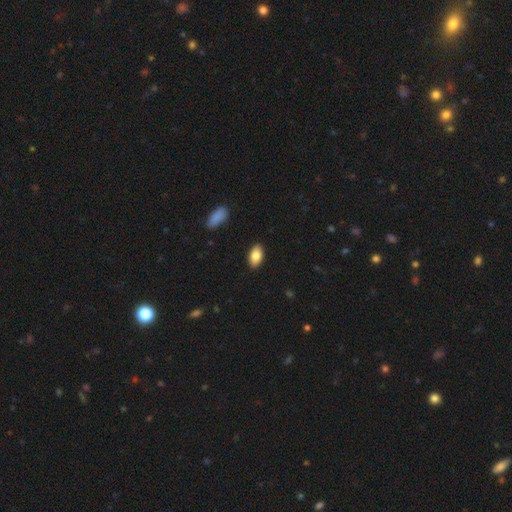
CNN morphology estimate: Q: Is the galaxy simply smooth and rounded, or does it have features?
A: smooth — 83%.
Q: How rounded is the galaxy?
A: in between — 93%.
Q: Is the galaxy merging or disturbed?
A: none — 89%.